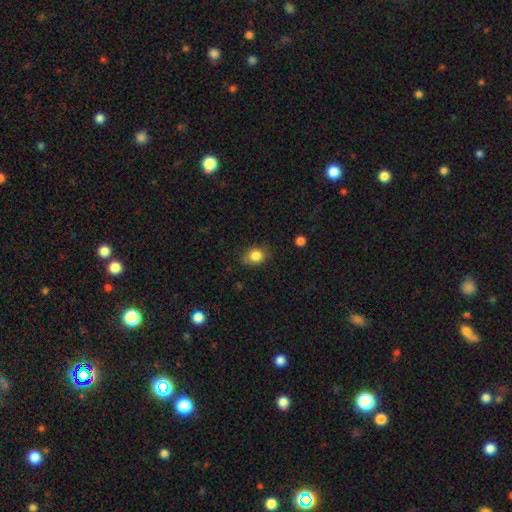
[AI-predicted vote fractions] Morphology: type=smooth (84%); roundness=in between (54%); merging=none (72%).